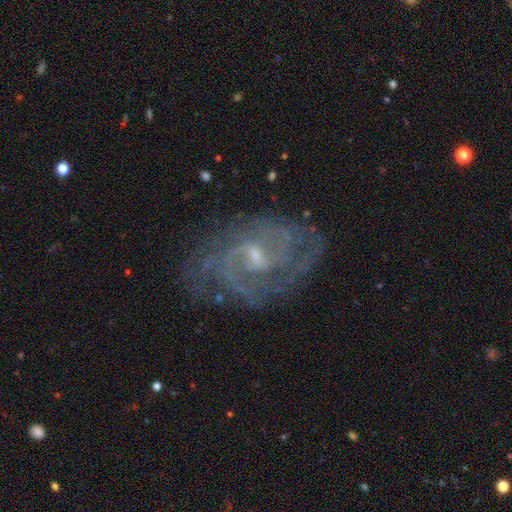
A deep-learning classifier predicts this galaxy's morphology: This is clearly a featured or disk galaxy (88%). It is clearly not viewed edge-on (97%). Bar: possibly weak (59%). Spiral arm pattern: clearly yes (95%). Spiral arm count: marginally 2 (41%). Spiral winding: possibly medium (47%). Central bulge: likely small (71%). Merging: likely none (69%).